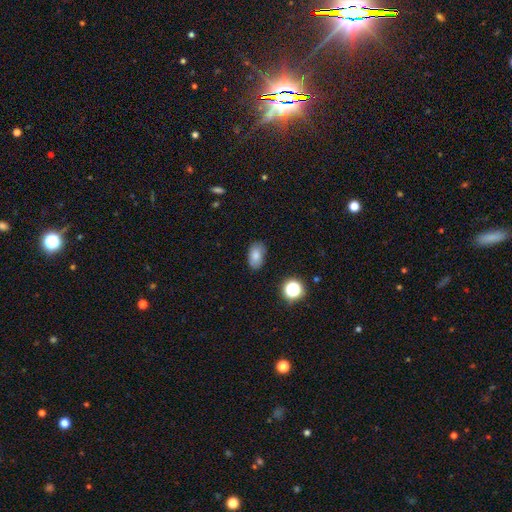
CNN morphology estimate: This appears to be a smooth galaxy with no disk features (80%) that is in between round and cigar-shaped (90%). Merging: none (79%).